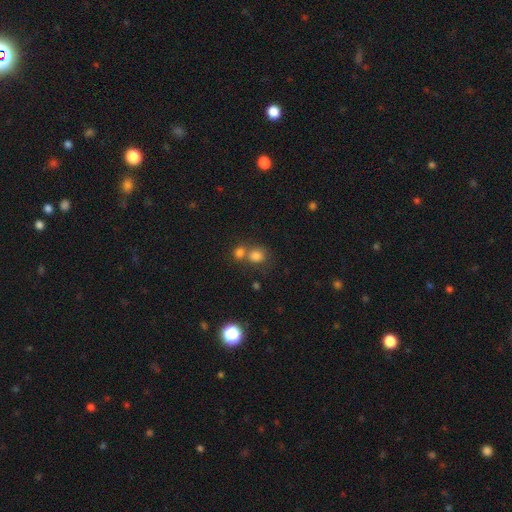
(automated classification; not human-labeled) The model was most divided on "merging": none: 44%, merger: 43%, minor disturbance: 8%, major disturbance: 4%. More confident: smooth or featured — smooth (78%); how rounded — round (75%).